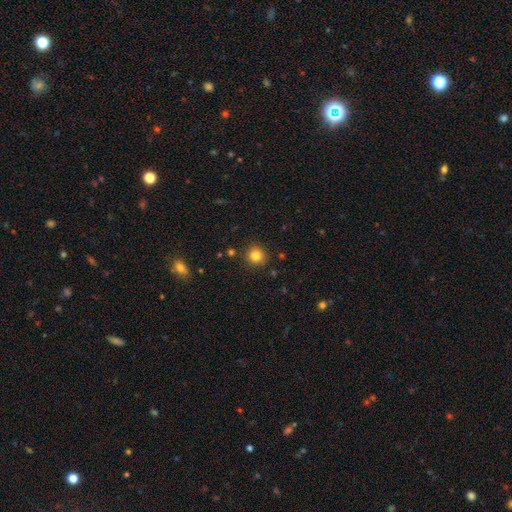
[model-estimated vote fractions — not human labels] A smooth galaxy with no disk features (81%) that is round (92%).

Vote fractions:
- Smooth or featured? smooth: 81% / star or artifact: 13% / featured or disk: 6%
- How rounded? round: 92% / in between: 7% / cigar-shaped: 1%
- Merging? none: 89% / minor disturbance: 7% / major disturbance: 2% / merger: 2%